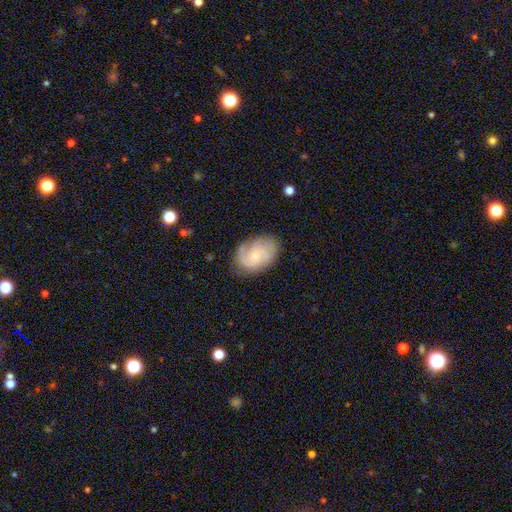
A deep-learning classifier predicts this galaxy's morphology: Smooth or featured? Predicted: featured or disk (p=0.62). Edge-on disk? Predicted: no (p=0.97). Bar? Predicted: no (p=0.75). Spiral arms? Predicted: yes (p=0.88). Spiral winding? Predicted: tight (p=0.49). Spiral arm count? Predicted: 2 (p=0.37). Bulge size? Predicted: small (p=0.68). Merging? Predicted: none (p=0.73).